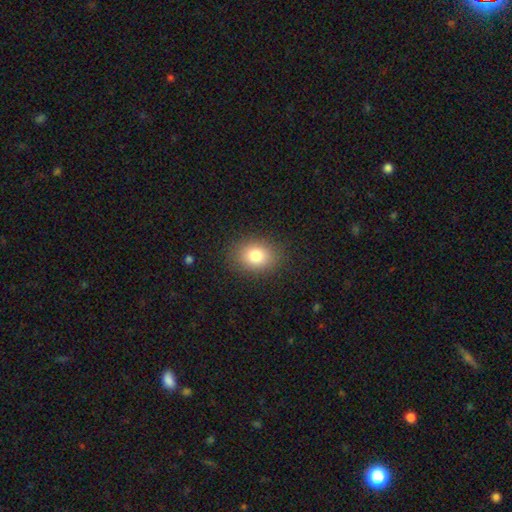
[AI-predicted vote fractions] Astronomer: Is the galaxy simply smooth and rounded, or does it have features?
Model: smooth — 82%.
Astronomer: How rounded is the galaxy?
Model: in between — 62% (runner-up: round, 37%).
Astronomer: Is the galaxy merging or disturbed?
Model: none — 86%.